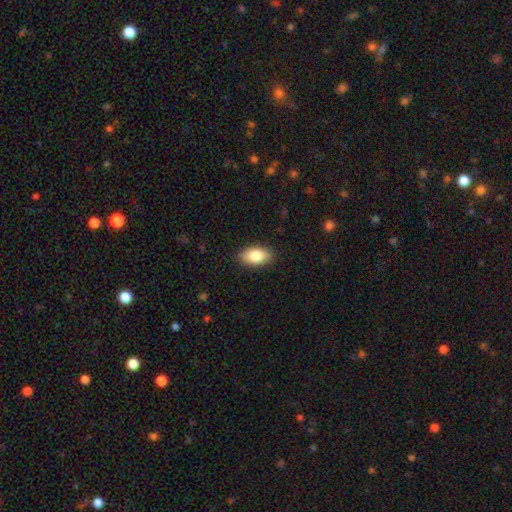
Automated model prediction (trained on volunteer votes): Morphology: type=smooth (84%); roundness=in between (93%); merging=none (88%).